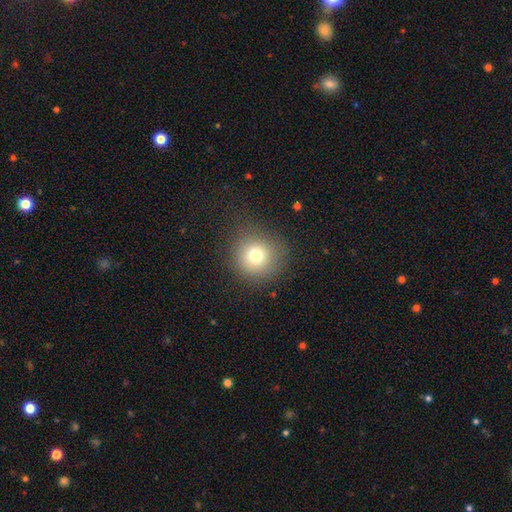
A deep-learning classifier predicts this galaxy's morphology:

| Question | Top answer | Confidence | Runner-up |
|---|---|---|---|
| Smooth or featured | smooth | 75% | star or artifact (14%) |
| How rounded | round | 93% | in between (7%) |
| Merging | none | 84% | minor disturbance (10%) |